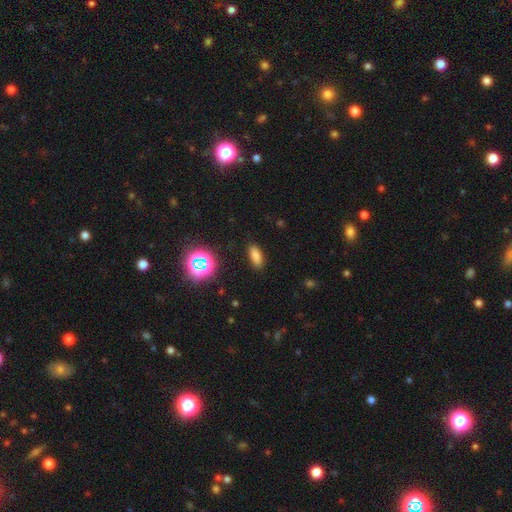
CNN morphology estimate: A smooth galaxy with no disk features (77%) that is in between round and cigar-shaped (76%). Merging: none (88%).